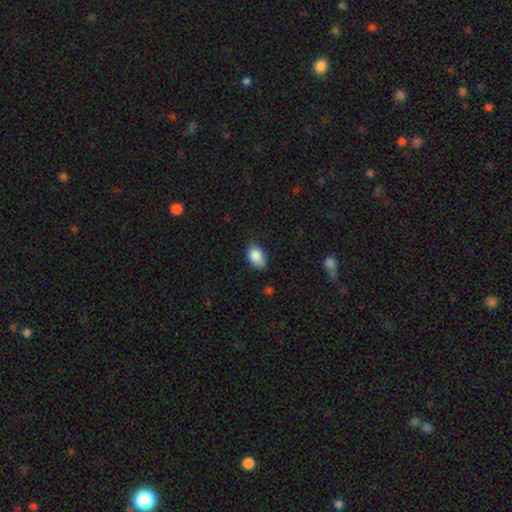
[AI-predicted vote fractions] Morphology: type=smooth (86%); roundness=in between (87%); merging=none (63%).